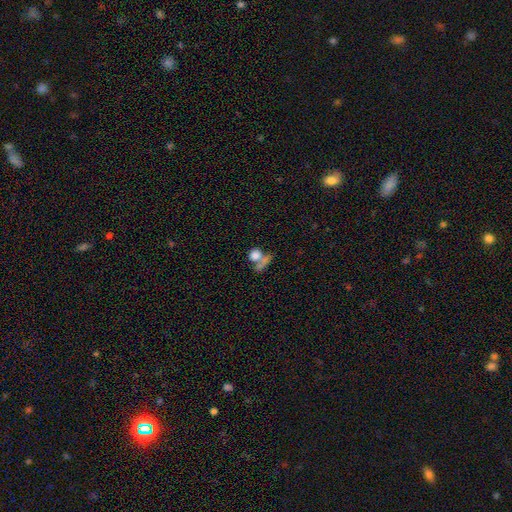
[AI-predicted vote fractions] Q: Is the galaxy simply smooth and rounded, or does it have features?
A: smooth — 75%.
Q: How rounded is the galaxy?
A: round — 68%.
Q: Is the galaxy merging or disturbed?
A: merger — 47%.